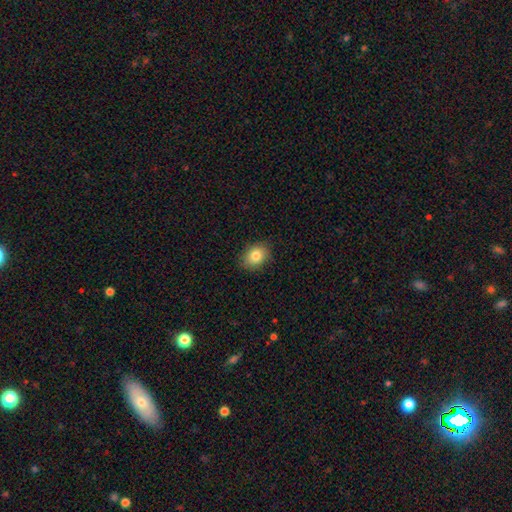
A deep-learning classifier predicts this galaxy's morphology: smooth_or_featured: smooth (p=0.82) [alt: star or artifact p=0.09]
how_rounded: in between (p=0.60) [alt: round p=0.39]
merging: none (p=0.86) [alt: minor disturbance p=0.11]